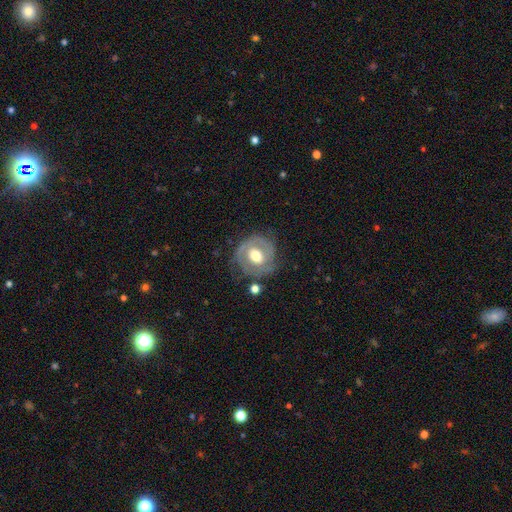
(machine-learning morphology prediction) Smooth or featured: featured or disk — 64% (smooth — 30%)
Edge-on disk: no — 96% (yes — 4%)
Bar: no — 61% (weak — 30%)
Spiral arms: yes — 61% (no — 39%)
Bulge size: moderate — 62% (large — 30%)
Merging: none — 65% (minor disturbance — 21%)